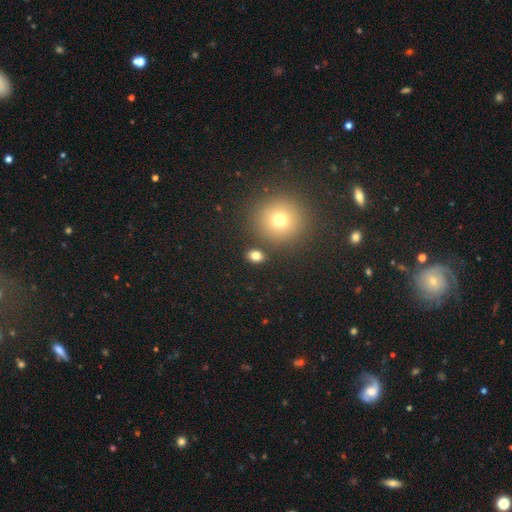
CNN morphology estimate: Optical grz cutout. It shows a smooth galaxy with no disk features (79%) that is in between round and cigar-shaped (56%). Merging: none (82%).